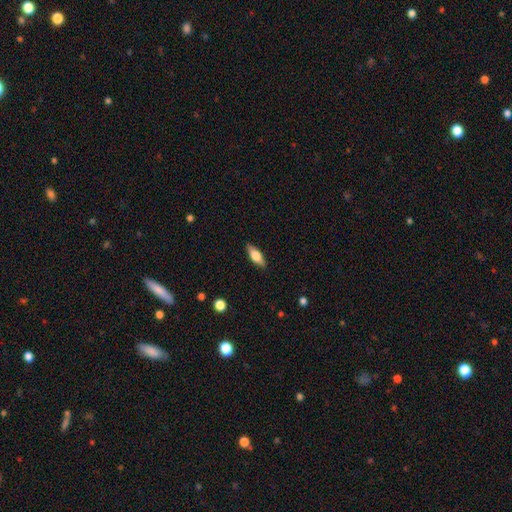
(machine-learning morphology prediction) The model was most divided on "smooth or featured": smooth: 61%, featured or disk: 32%, star or artifact: 6%. More confident: merging — none (88%); how rounded — in between (65%).